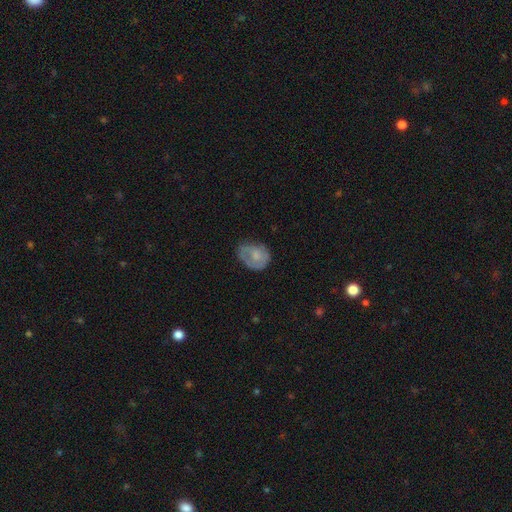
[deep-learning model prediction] smooth 56%, featured or disk 37%, star or artifact 7%. Down the decision tree: how rounded — in between (54%); merging — none (52%).